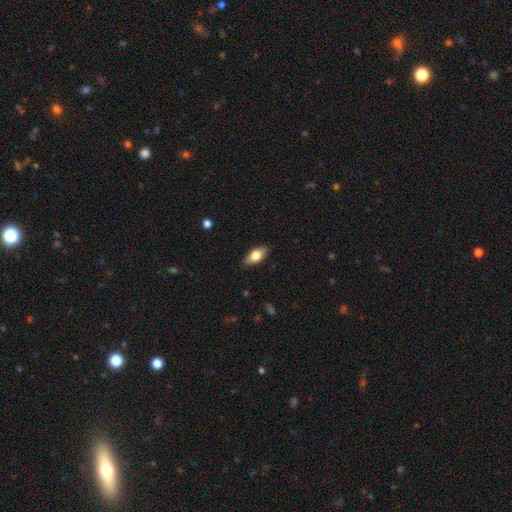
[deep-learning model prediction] smooth-or-featured: smooth: 70% | featured or disk: 23% | star or artifact: 7%
  how-rounded: in between: 85% | cigar-shaped: 11% | round: 4%
  merging: none: 86% | minor disturbance: 11% | major disturbance: 2% | merger: 1%